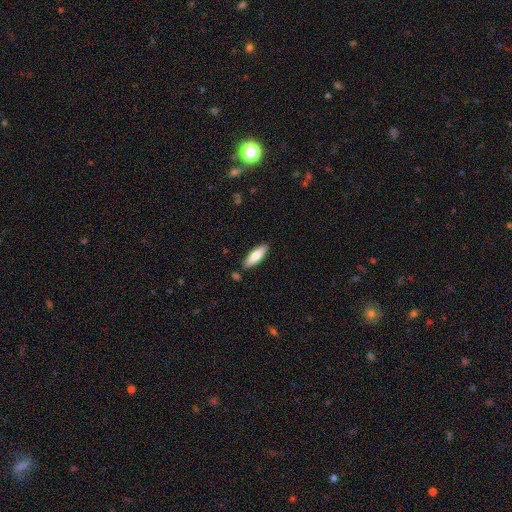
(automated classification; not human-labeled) A smooth galaxy with no disk features (74%) that is cigar-shaped (54%).

Vote fractions:
- Smooth or featured? smooth: 74% / featured or disk: 21% / star or artifact: 6%
- How rounded? cigar-shaped: 54% / in between: 44% / round: 2%
- Merging? none: 86% / minor disturbance: 10% / merger: 3% / major disturbance: 2%